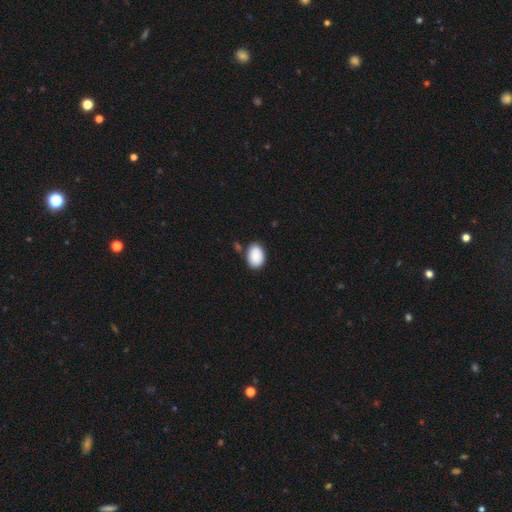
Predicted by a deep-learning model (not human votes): This is clearly a smooth galaxy (89%). How rounded: likely in between (80%). Merging: likely none (76%).